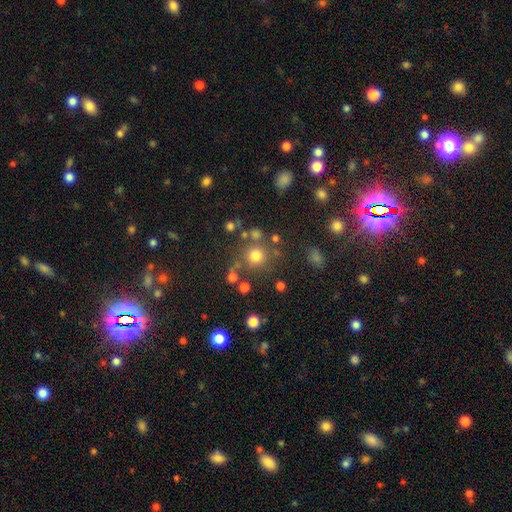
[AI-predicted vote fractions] Q: Smooth or featured?
A: smooth (74%); runner-up: star or artifact (18%)
Q: How rounded?
A: round (92%); runner-up: in between (7%)
Q: Merging?
A: none (75%); runner-up: minor disturbance (10%)